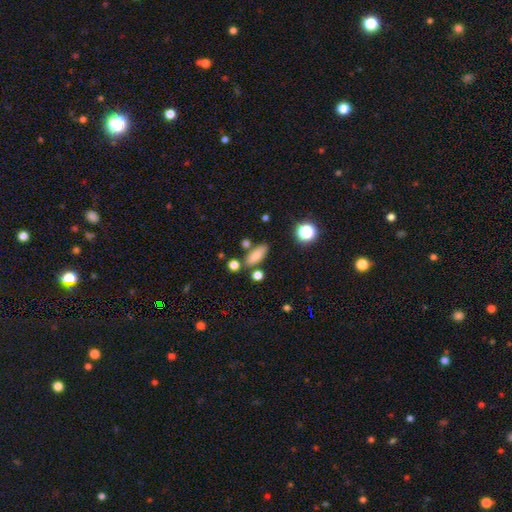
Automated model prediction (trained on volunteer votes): smooth 78%, featured or disk 12%, star or artifact 11%. Down the decision tree: how rounded — in between (65%); merging — none (75%).